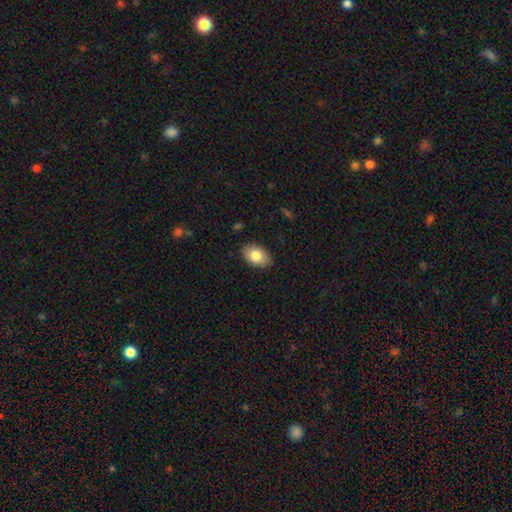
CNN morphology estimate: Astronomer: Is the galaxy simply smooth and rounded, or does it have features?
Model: smooth — 82%.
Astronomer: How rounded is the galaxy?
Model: in between — 88%.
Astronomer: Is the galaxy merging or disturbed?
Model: none — 88%.